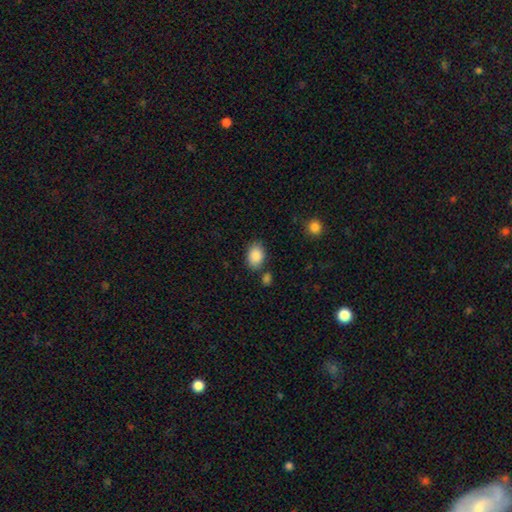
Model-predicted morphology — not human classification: smooth_or_featured: smooth (p=0.89) [alt: star or artifact p=0.07]
how_rounded: in between (p=0.80) [alt: round p=0.19]
merging: none (p=0.77) [alt: minor disturbance p=0.13]